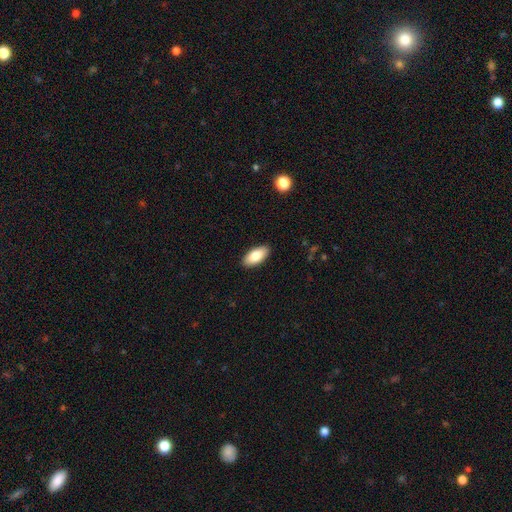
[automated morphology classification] smooth 83%, featured or disk 11%, star or artifact 6%. Down the decision tree: how rounded — in between (91%); merging — none (90%).